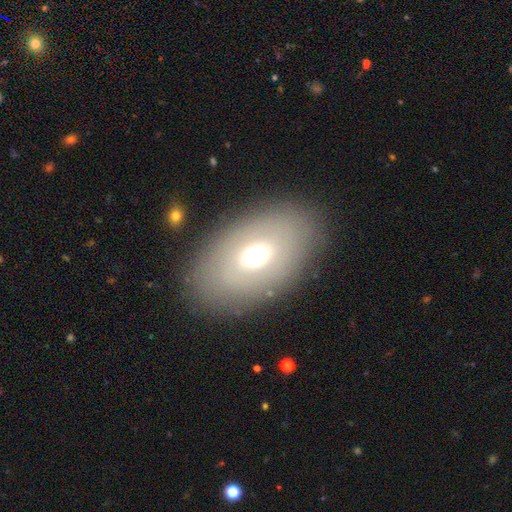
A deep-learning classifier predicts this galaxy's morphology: Overall: smooth (57%; featured or disk 31%). How rounded: in between (84%). Merging: none (83%).